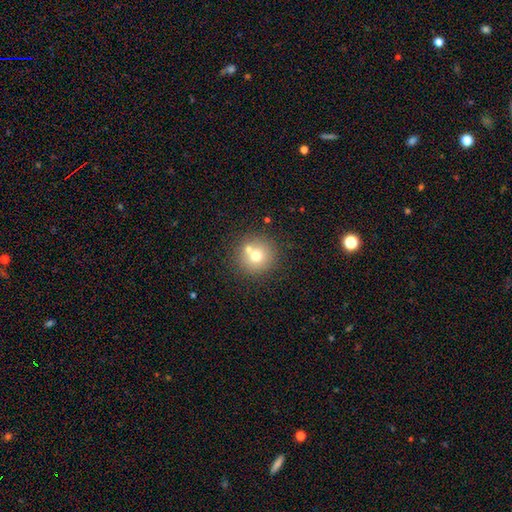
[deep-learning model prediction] smooth 68%, featured or disk 19%, star or artifact 13%. Down the decision tree: how rounded — round (93%); merging — none (64%).